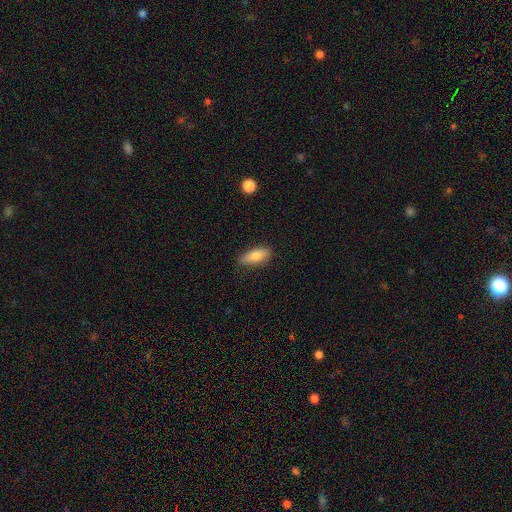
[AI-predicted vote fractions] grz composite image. It shows a smooth galaxy with no disk features (81%) that is in between round and cigar-shaped (72%). Merging: none (78%).